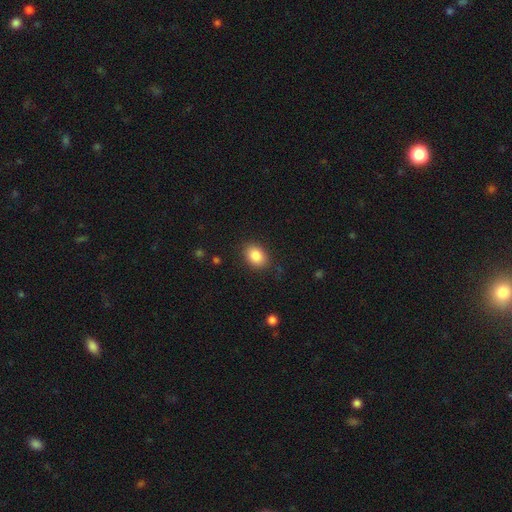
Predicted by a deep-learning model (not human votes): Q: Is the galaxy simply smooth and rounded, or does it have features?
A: smooth — 86%.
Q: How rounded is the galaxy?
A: in between — 74%.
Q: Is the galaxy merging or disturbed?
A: none — 85%.